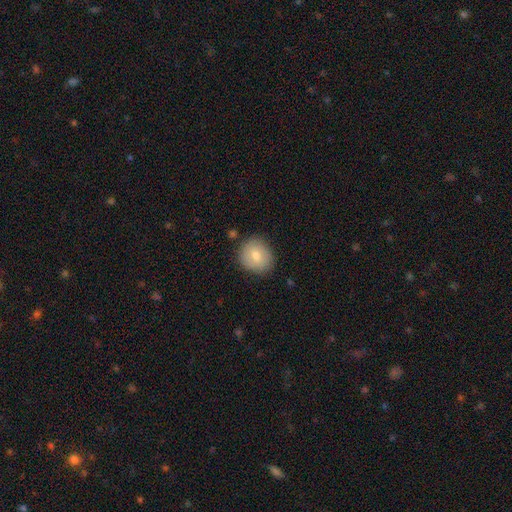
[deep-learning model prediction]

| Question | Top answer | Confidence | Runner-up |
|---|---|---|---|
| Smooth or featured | smooth | 74% | featured or disk (19%) |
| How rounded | round | 74% | in between (25%) |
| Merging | none | 79% | minor disturbance (15%) |